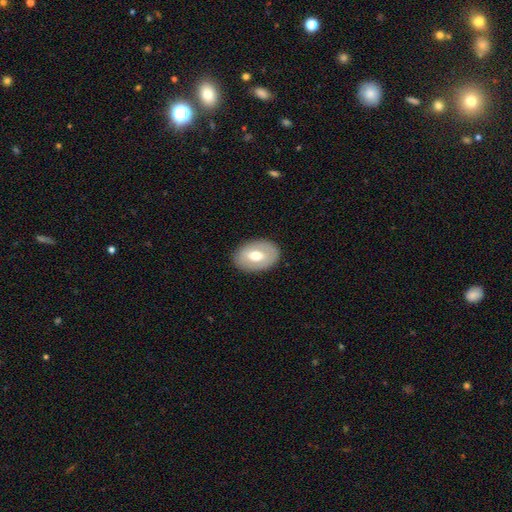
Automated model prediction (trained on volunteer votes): smooth 55%, featured or disk 39%, star or artifact 6%. Down the decision tree: how rounded — in between (83%); merging — none (86%).